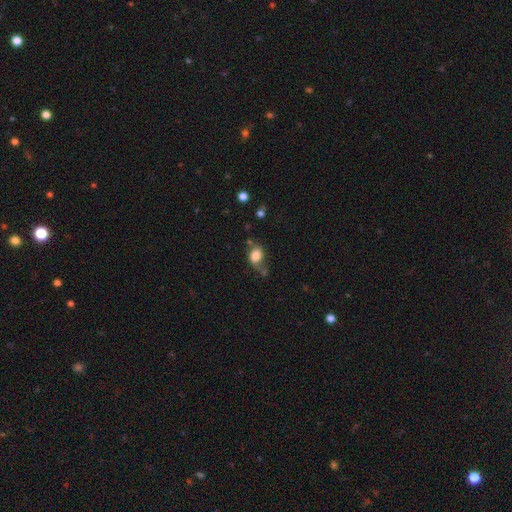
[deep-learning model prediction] Smooth or featured? smooth (80%)
How rounded? in between (59%)
Merging? none (45%)